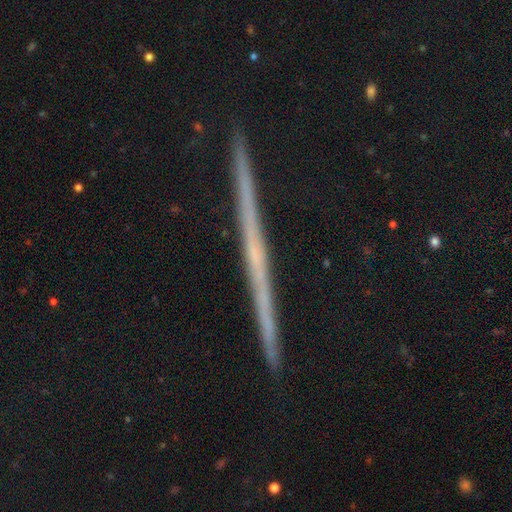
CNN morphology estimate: smooth-or-featured: featured or disk: 68% | smooth: 18% | star or artifact: 14%
  disk-edge-on: yes: 98% | no: 2%
    edge-on-bulge: none: 75% | rounded: 19% | boxy: 7%
  merging: none: 92% | minor disturbance: 6% | major disturbance: 1% | merger: 1%